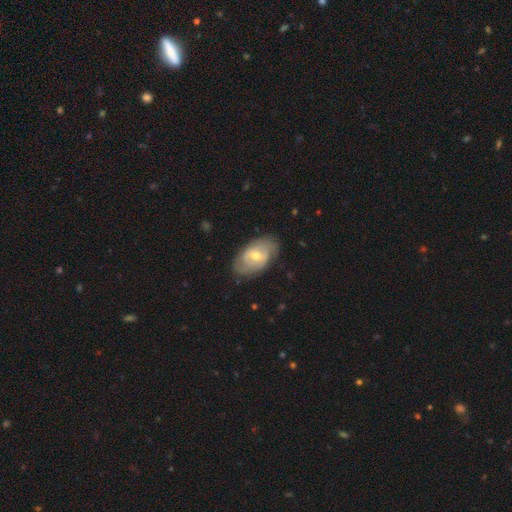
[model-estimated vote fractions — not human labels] Q: Smooth or featured?
A: featured or disk (68%); runner-up: smooth (26%)
Q: Edge-on disk?
A: no (94%); runner-up: yes (6%)
Q: Bar?
A: weak (47%); runner-up: no (41%)
Q: Spiral arms?
A: yes (79%); runner-up: no (21%)
Q: Spiral winding?
A: tight (55%); runner-up: medium (33%)
Q: Spiral arm count?
A: 2 (46%); runner-up: can't tell (36%)
Q: Bulge size?
A: moderate (61%); runner-up: small (35%)
Q: Merging?
A: none (76%); runner-up: minor disturbance (18%)